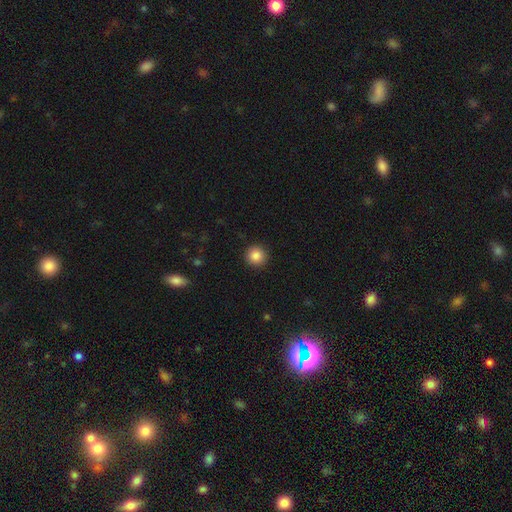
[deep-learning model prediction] A smooth galaxy with no disk features (86%) that is round (95%). Merging: none (93%).